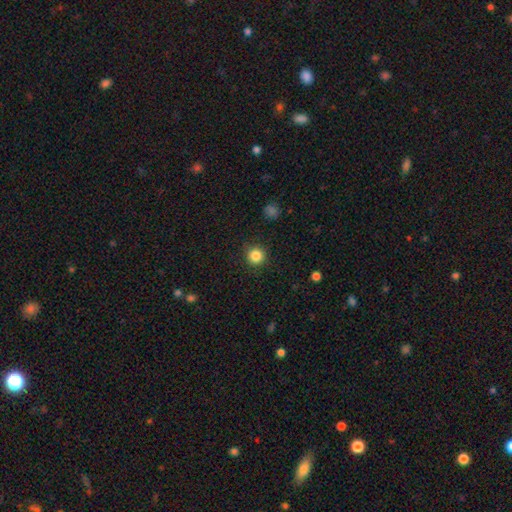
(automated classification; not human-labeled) This is clearly a smooth galaxy (85%). How rounded: clearly round (95%). Merging: clearly none (91%).